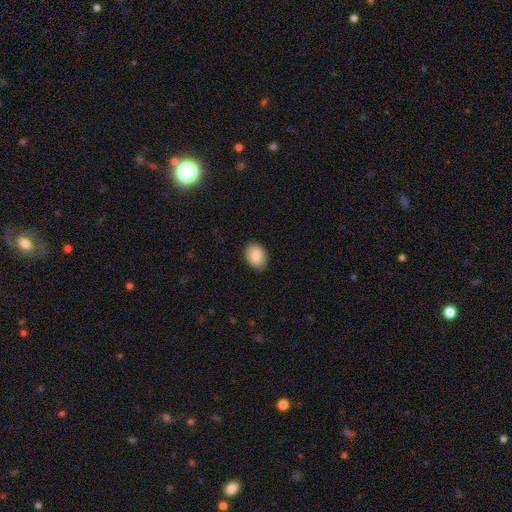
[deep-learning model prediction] Morphology: type=smooth (84%); roundness=in between (73%); merging=none (84%).